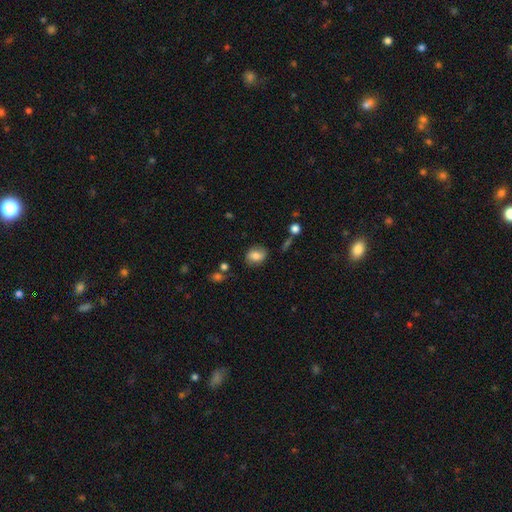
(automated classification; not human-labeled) A smooth galaxy with no disk features (75%) that is in between round and cigar-shaped (63%).

Vote fractions:
- Smooth or featured? smooth: 75% / featured or disk: 16% / star or artifact: 9%
- How rounded? in between: 63% / round: 35% / cigar-shaped: 2%
- Merging? none: 75% / minor disturbance: 17% / major disturbance: 5% / merger: 3%